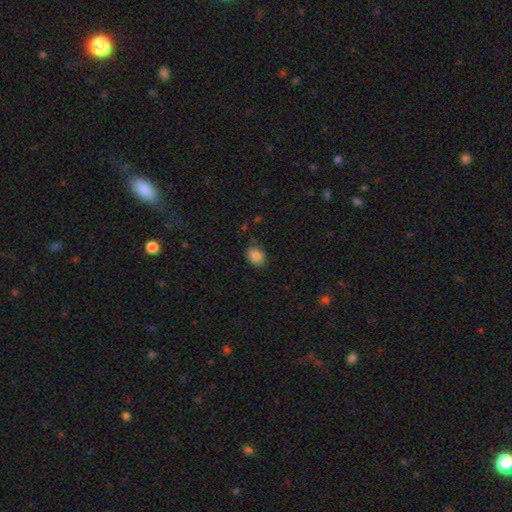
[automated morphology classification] A smooth galaxy with no disk features (87%) that is in between round and cigar-shaped (61%). Merging: none (81%).